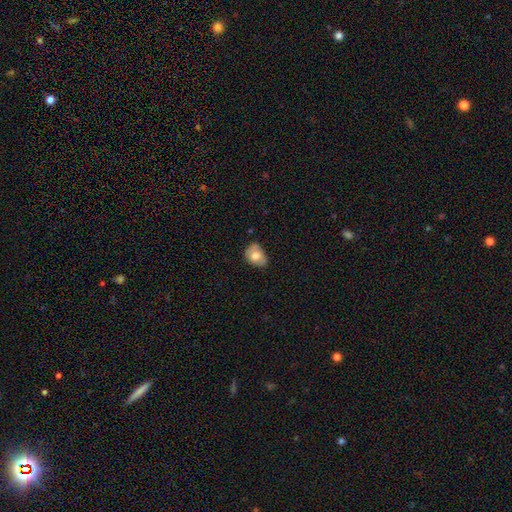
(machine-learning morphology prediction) smooth-or-featured: smooth: 68% | featured or disk: 24% | star or artifact: 8%
  how-rounded: in between: 72% | round: 26% | cigar-shaped: 1%
  merging: none: 57% | minor disturbance: 34% | major disturbance: 8% | merger: 2%